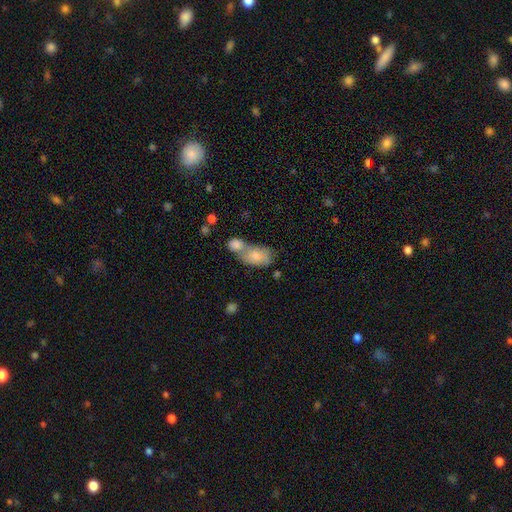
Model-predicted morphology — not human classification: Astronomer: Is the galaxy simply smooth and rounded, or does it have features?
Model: smooth — 77%.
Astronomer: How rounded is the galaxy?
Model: in between — 86%.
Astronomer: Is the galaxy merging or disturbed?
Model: merger — 62%.